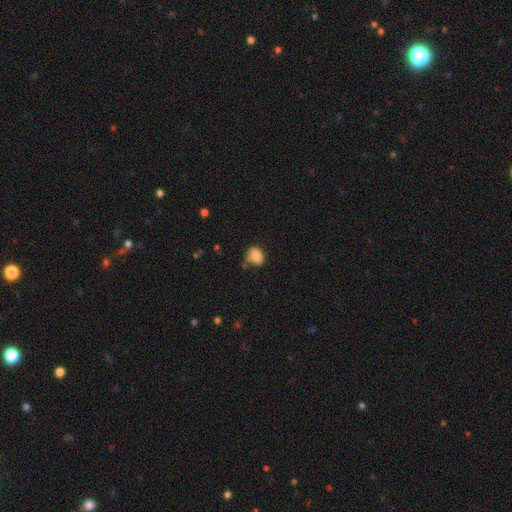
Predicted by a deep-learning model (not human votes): Smooth or featured? Predicted: smooth (p=0.85). How rounded? Predicted: in between (p=0.63). Merging? Predicted: none (p=0.57).